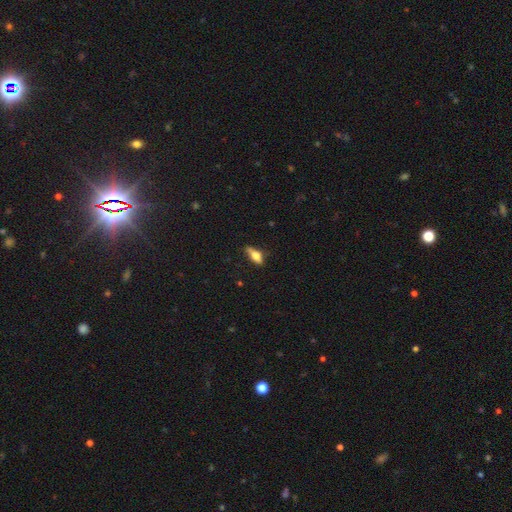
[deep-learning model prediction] smooth-or-featured: smooth: 66% | featured or disk: 26% | star or artifact: 8%
  how-rounded: in between: 75% | cigar-shaped: 21% | round: 5%
  merging: none: 57% | minor disturbance: 30% | major disturbance: 9% | merger: 3%